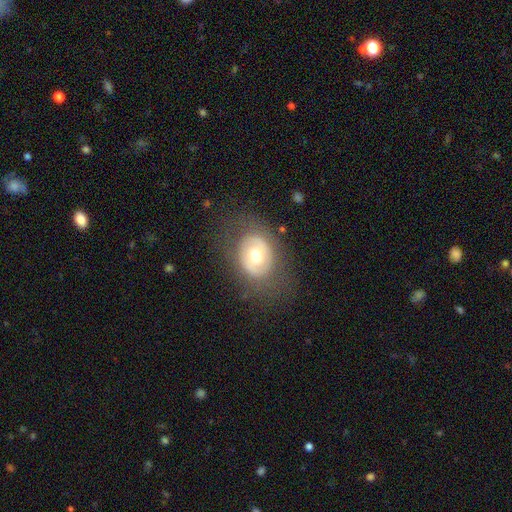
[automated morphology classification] smooth_or_featured: featured or disk (p=0.46) [tied with: smooth p=0.46]
merging: none (p=0.75) [alt: minor disturbance p=0.14]